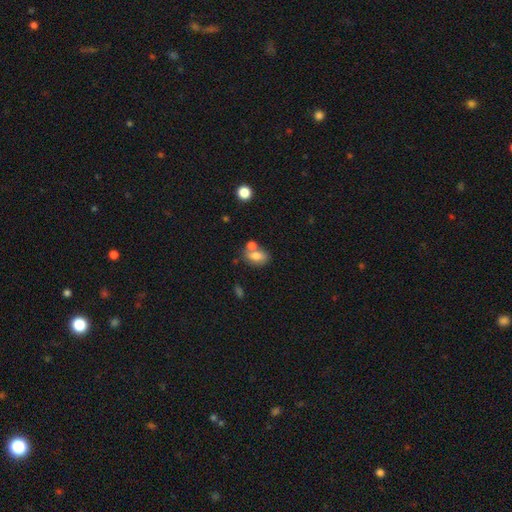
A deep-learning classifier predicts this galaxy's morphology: This is likely a smooth galaxy (74%). How rounded: likely in between (79%). Merging: marginally none (45%).